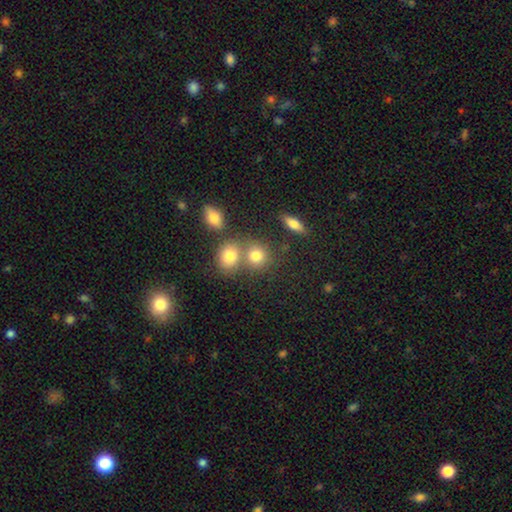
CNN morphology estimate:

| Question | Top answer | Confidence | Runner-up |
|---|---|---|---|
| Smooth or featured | smooth | 77% | star or artifact (12%) |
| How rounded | round | 76% | in between (23%) |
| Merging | none | 53% | merger (34%) |